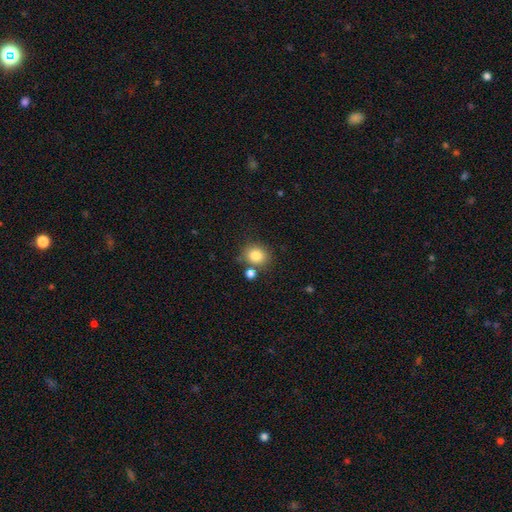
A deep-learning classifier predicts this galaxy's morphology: smooth-or-featured: smooth: 82% | star or artifact: 10% | featured or disk: 7%
  how-rounded: round: 73% | in between: 26% | cigar-shaped: 1%
  merging: none: 72% | merger: 13% | minor disturbance: 11% | major disturbance: 4%